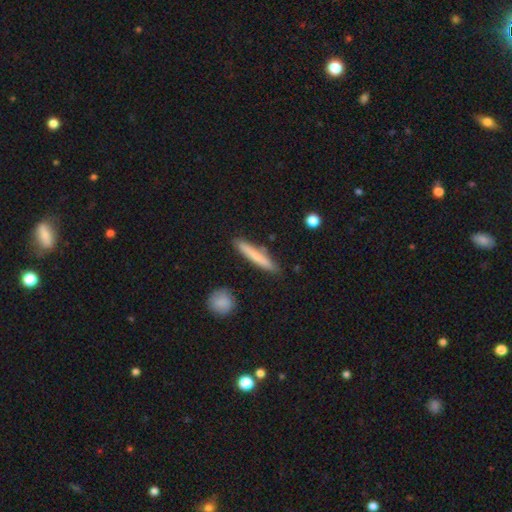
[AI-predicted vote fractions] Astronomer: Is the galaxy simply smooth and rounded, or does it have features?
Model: smooth — 71%.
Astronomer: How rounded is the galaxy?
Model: cigar-shaped — 93%.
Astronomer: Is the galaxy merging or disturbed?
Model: none — 85%.